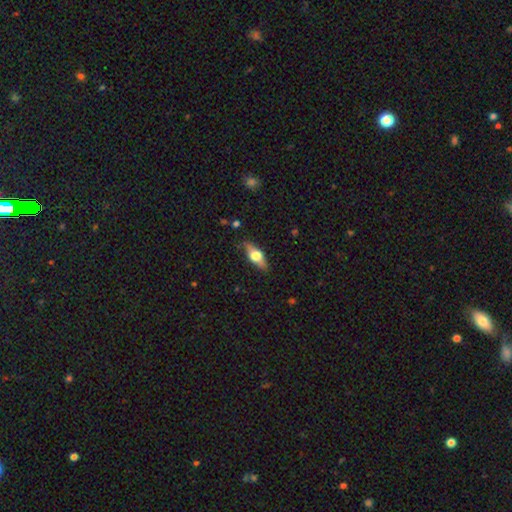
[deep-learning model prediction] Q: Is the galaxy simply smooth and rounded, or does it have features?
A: featured or disk — 49%.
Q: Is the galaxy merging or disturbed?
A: none — 81%.